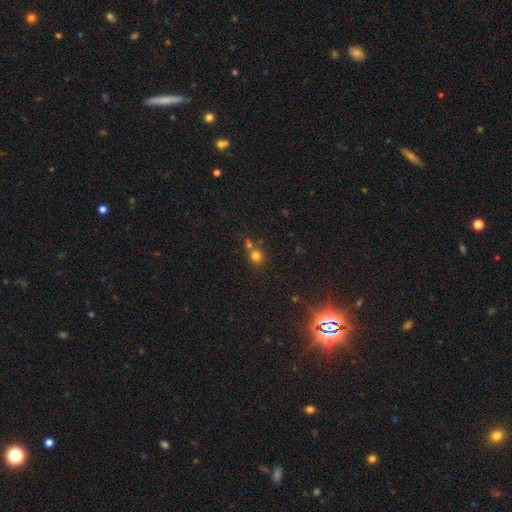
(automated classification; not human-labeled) This appears to be a smooth galaxy with no disk features (74%) that is round (88%). Merging: none (58%).